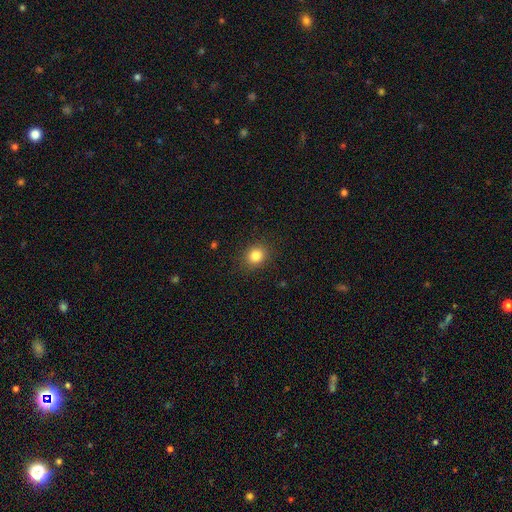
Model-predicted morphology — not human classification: Overall: smooth (83%). How rounded: round (72%). Merging: none (88%).